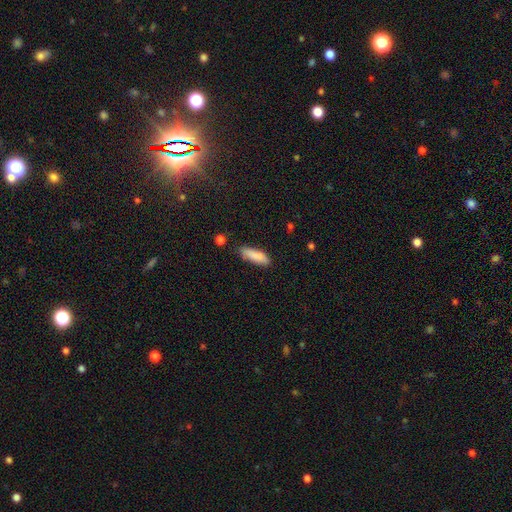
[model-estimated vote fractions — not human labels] smooth-or-featured: smooth: 87% | featured or disk: 7% | star or artifact: 6%
  how-rounded: in between: 49% (tied) | cigar-shaped: 49% (tied) | round: 2%
  merging: none: 77% | minor disturbance: 17% | major disturbance: 3% | merger: 2%